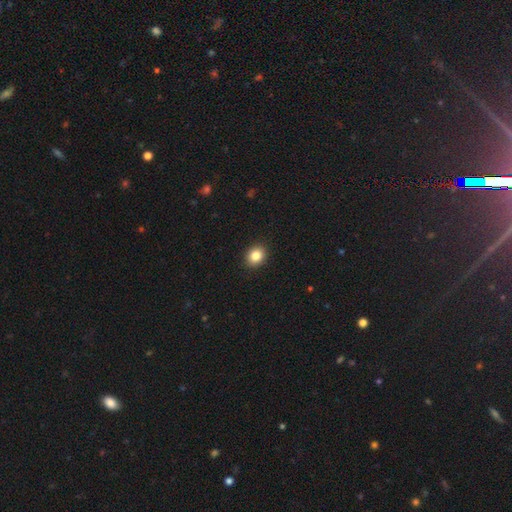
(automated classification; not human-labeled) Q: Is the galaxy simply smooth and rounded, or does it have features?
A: smooth — 84%.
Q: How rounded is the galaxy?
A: round — 58%.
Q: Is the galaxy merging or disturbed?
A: none — 92%.